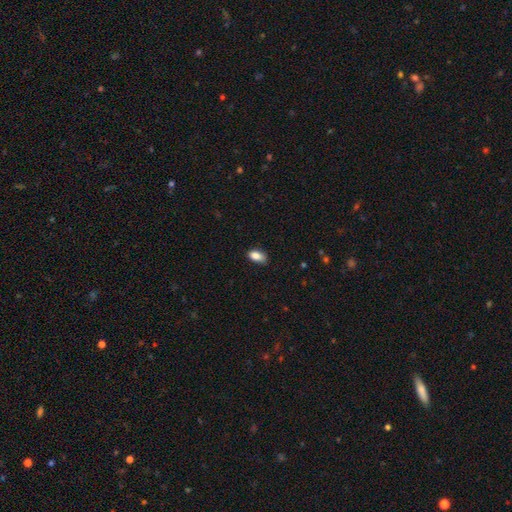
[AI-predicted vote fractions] Smooth or featured? Predicted: smooth (p=0.86). How rounded? Predicted: in between (p=0.90). Merging? Predicted: none (p=0.77).